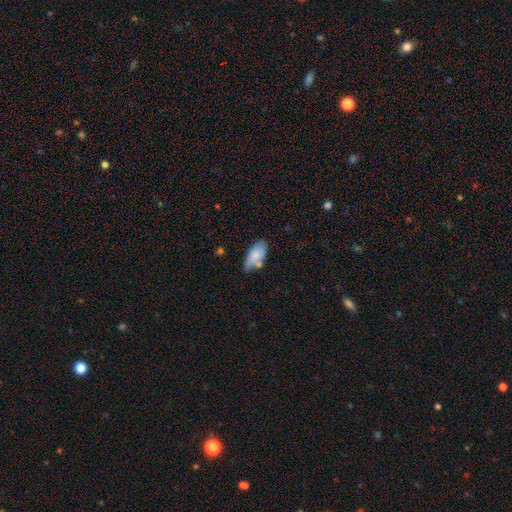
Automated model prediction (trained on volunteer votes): Morphology: type=smooth (73%); roundness=in between (90%); merging=none (56%).